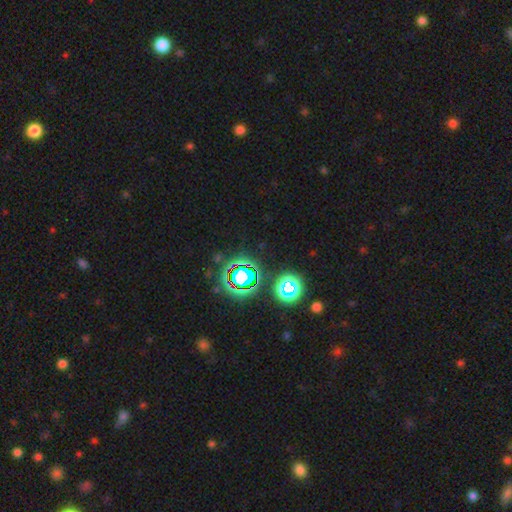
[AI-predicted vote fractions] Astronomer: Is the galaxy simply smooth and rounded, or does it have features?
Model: star or artifact — 76%.